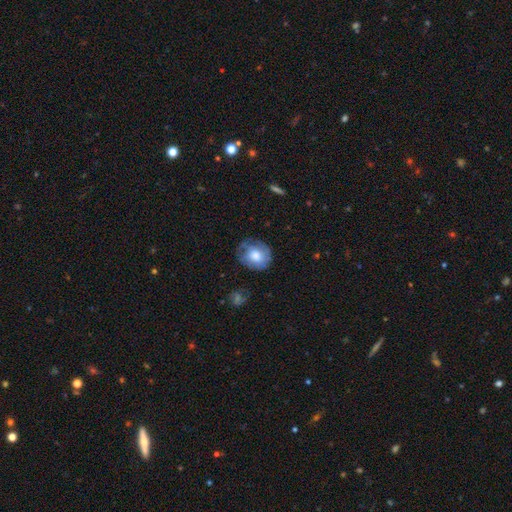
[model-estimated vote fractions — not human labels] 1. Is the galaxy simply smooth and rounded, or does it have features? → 57% smooth, 35% featured or disk, 8% star or artifact.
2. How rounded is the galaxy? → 73% round, 26% in between, 1% cigar-shaped.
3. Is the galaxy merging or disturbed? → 62% none, 25% minor disturbance, 11% major disturbance, 2% merger.